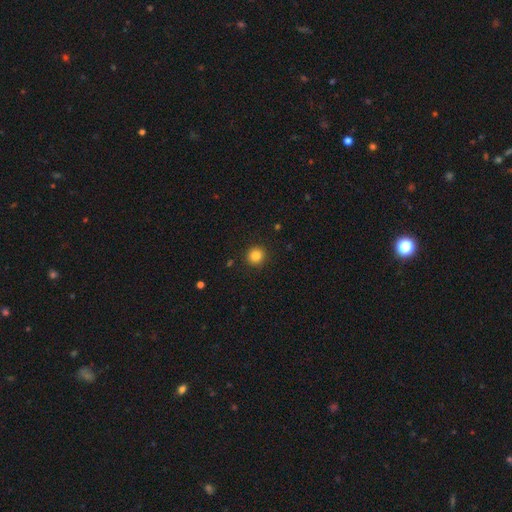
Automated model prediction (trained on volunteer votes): Smooth or featured? smooth (84%)
How rounded? round (93%)
Merging? none (92%)